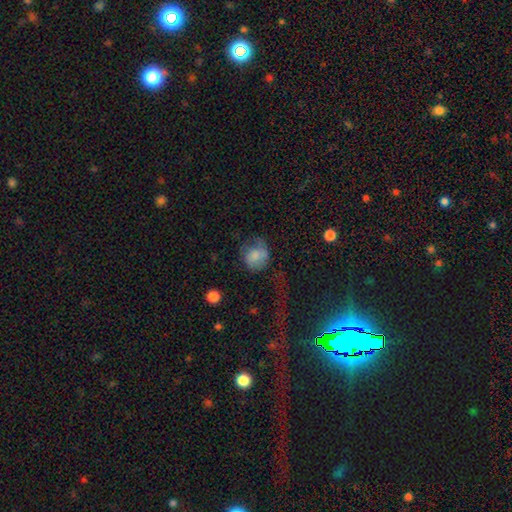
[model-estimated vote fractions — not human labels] Smooth or featured?
  - smooth: 72% *
  - featured or disk: 18%
  - star or artifact: 10%
How rounded?
  - round: 71% *
  - in between: 27%
  - cigar-shaped: 1%
Merging?
  - none: 42% *
  - major disturbance: 30%
  - minor disturbance: 26%
  - merger: 3%